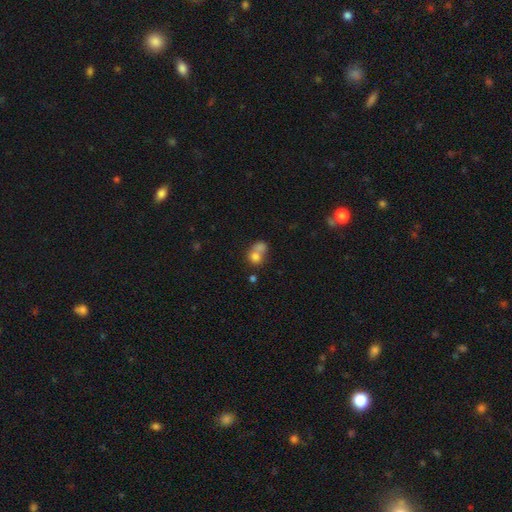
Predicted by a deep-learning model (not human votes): Smooth or featured? Predicted: smooth (p=0.75). How rounded? Predicted: round (p=0.64). Merging? Predicted: merger (p=0.62).